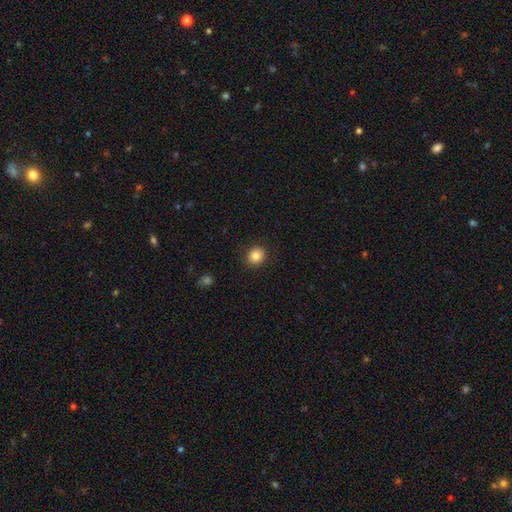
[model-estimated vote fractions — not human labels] A smooth galaxy with no disk features (84%) that is round (88%). Merging: none (90%).